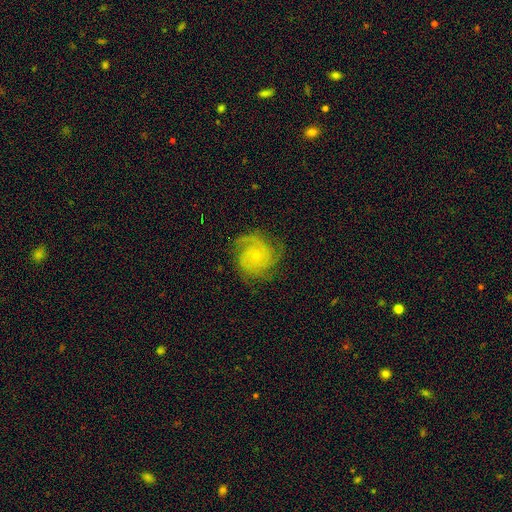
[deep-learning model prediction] Overall: featured or disk (83%). Edge-on disk: no (98%). Bar: no (76%). Spiral arms: yes (97%). Spiral arm count: 3 (37%; 2 29%). Spiral winding: tight (53%; medium 38%). Bulge size: small (74%). Merging: none (76%).